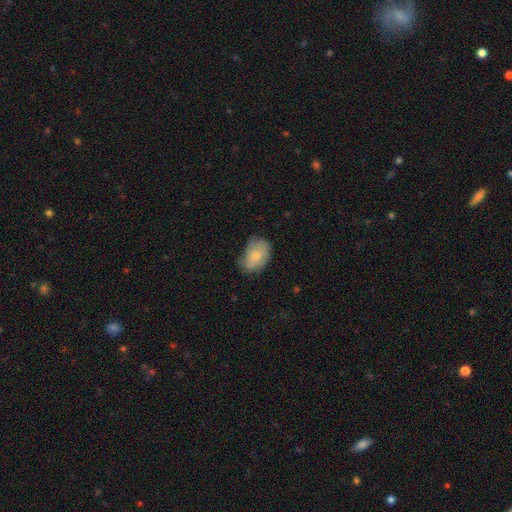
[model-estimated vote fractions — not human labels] Smooth or featured: smooth — 70% (featured or disk — 23%)
How rounded: in between — 81% (round — 17%)
Merging: none — 54% (minor disturbance — 35%)